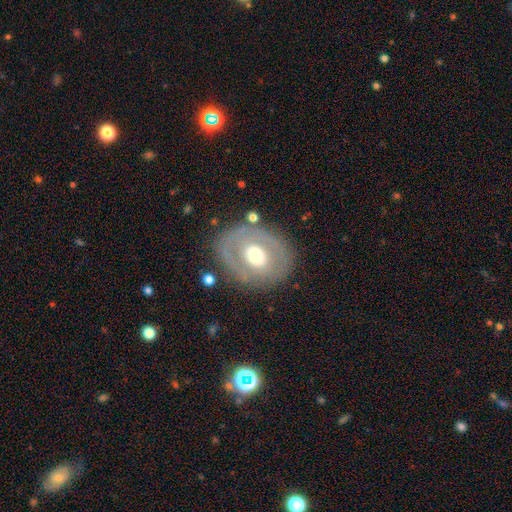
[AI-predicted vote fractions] This appears to be a featured or disk galaxy (54%) with no bar (77%), no spiral arms (82%) and a moderate central bulge (66%). Merging: none (77%).